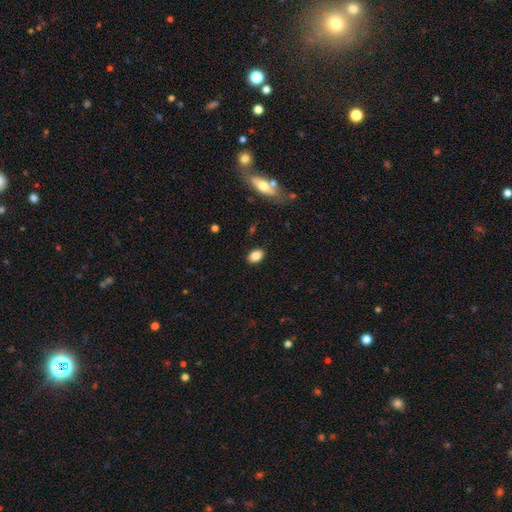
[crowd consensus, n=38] Smooth or featured? smooth (82%)
How rounded? in between (77%)
Merging? none (89%)